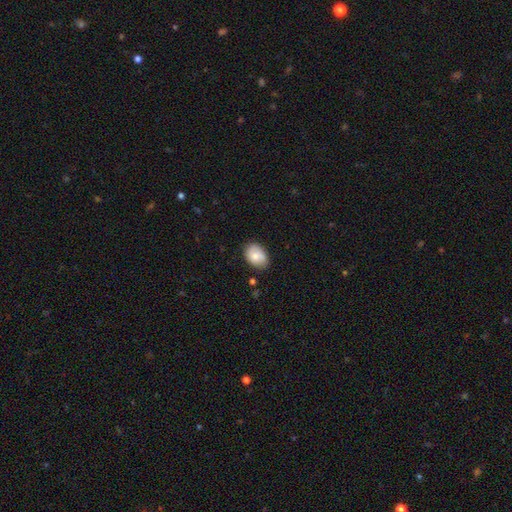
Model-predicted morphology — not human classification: This appears to be a smooth galaxy with no disk features (75%) that is in between round and cigar-shaped (78%). Merging: none (72%).